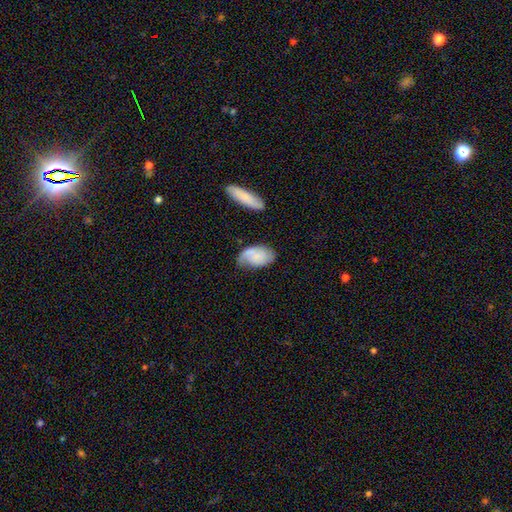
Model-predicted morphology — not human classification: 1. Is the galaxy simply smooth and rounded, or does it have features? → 52% smooth, 41% featured or disk, 7% star or artifact.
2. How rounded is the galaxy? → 92% in between, 7% round, 2% cigar-shaped.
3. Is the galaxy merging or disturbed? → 51% none, 32% minor disturbance, 13% major disturbance, 5% merger.